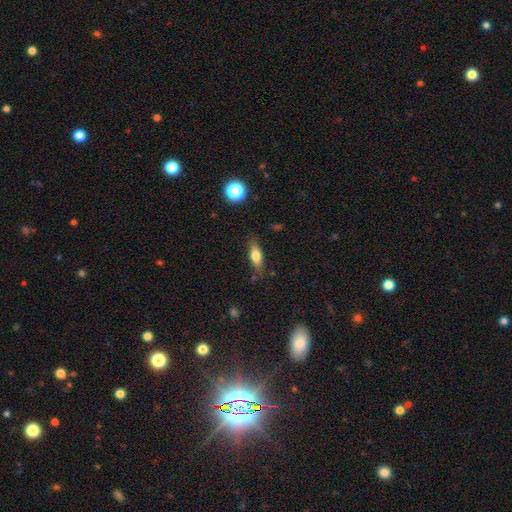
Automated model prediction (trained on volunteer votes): This is likely a smooth galaxy (71%). How rounded: likely in between (61%). Merging: likely none (76%).